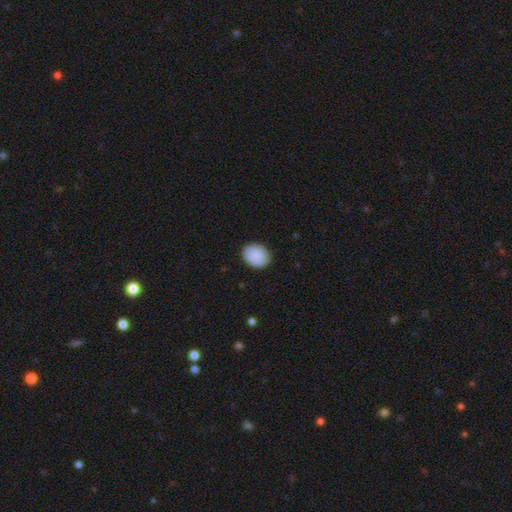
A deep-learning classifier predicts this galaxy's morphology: A smooth galaxy with no disk features (89%) that is in between round and cigar-shaped (53%). Merging: none (85%).